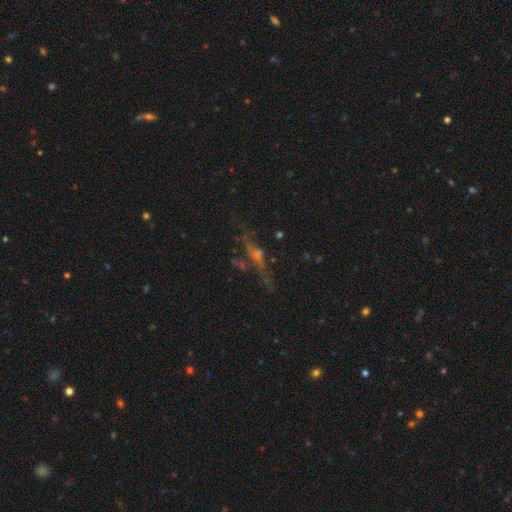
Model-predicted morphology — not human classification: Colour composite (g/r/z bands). It shows a featured or disk galaxy (54%) viewed edge-on (64%). Merging: none (59%).